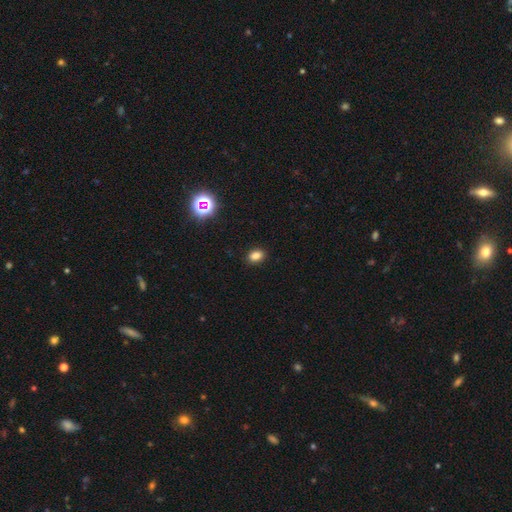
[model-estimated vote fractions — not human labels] The model was most divided on "how rounded": in between: 73%, round: 26%, cigar-shaped: 1%. More confident: merging — none (89%); smooth or featured — smooth (82%).